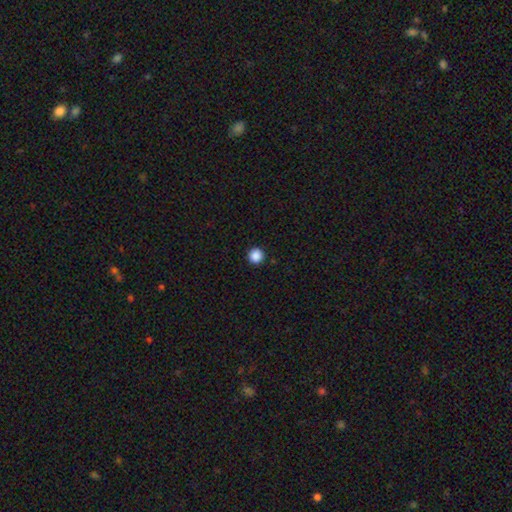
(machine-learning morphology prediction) smooth_or_featured: smooth (p=0.87) [alt: star or artifact p=0.11]
how_rounded: round (p=0.96) [alt: in between p=0.03]
merging: none (p=0.93) [alt: minor disturbance p=0.04]